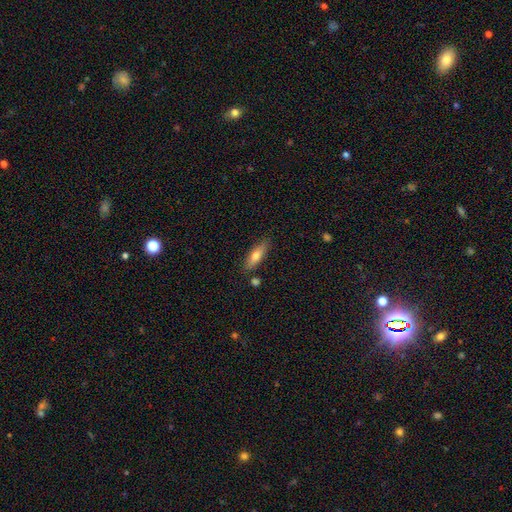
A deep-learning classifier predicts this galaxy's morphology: Smooth or featured? Predicted: smooth (p=0.68). How rounded? Predicted: cigar-shaped (p=0.56). Merging? Predicted: none (p=0.82).